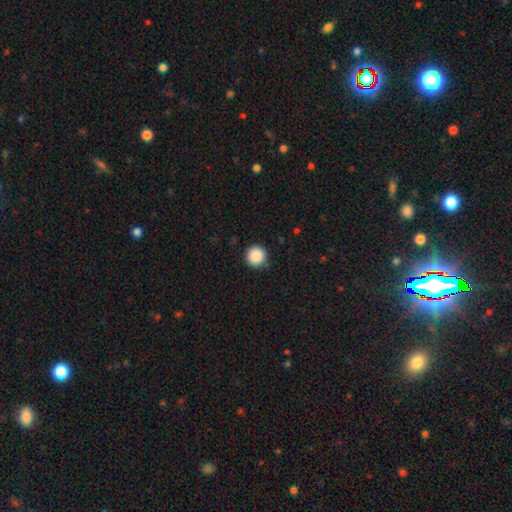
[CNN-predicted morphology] A smooth galaxy with no disk features (88%) that is round (96%). Merging: none (89%).